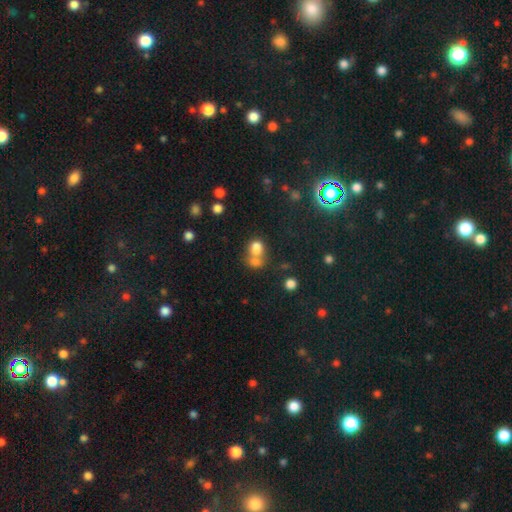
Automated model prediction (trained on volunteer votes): This is likely a smooth galaxy (73%). How rounded: possibly round (53%). Merging: possibly merger (60%).